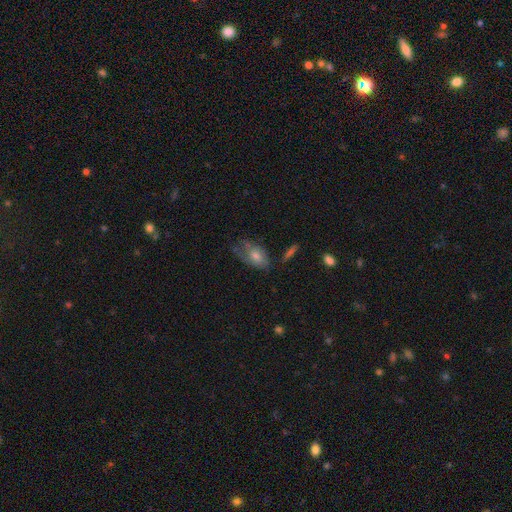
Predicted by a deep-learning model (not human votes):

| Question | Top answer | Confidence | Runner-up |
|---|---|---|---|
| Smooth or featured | smooth | 54% | featured or disk (36%) |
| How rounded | in between | 87% | round (9%) |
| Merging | none | 47% | minor disturbance (31%) |